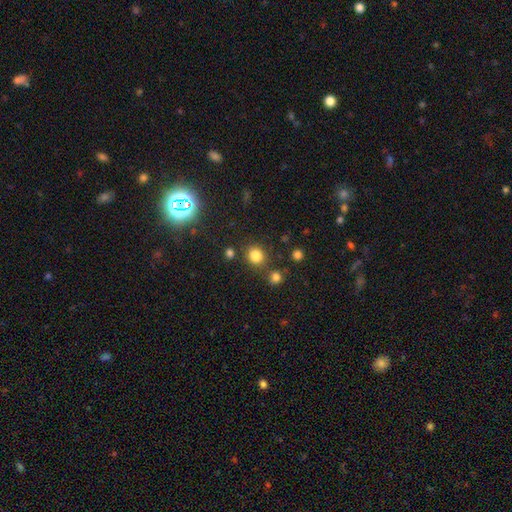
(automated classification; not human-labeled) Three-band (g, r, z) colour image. It shows a smooth galaxy with no disk features (81%) that is round (83%). Merging: none (79%).